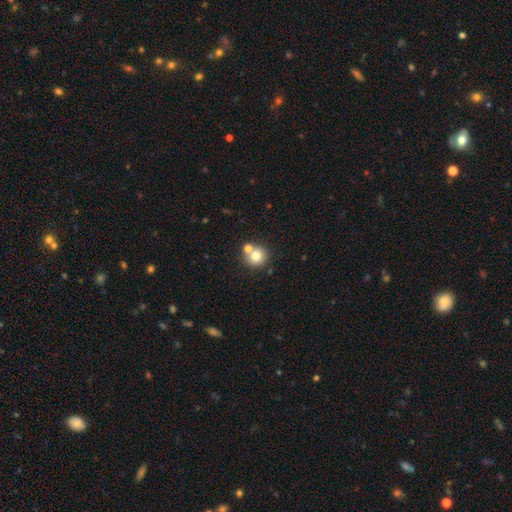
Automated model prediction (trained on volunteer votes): Overall: smooth (75%). How rounded: round (91%). Merging: none (65%; merger 25%).